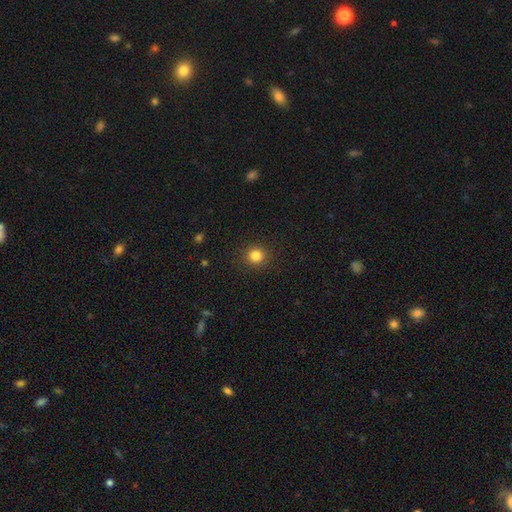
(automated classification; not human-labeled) Smooth or featured? Predicted: smooth (p=0.84). How rounded? Predicted: round (p=0.91). Merging? Predicted: none (p=0.91).